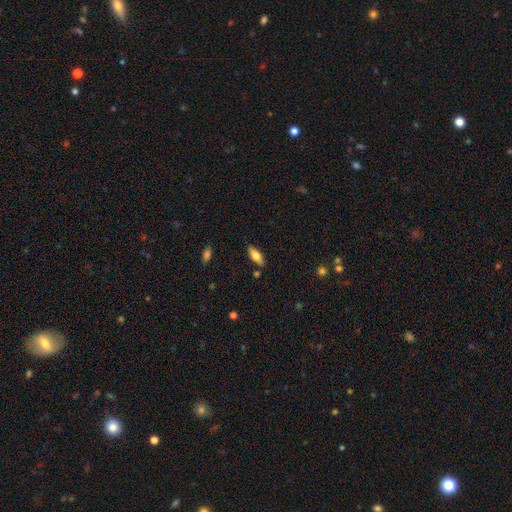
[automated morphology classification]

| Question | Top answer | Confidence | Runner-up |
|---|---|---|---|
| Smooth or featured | smooth | 71% | featured or disk (22%) |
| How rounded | in between | 75% | cigar-shaped (23%) |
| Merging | none | 83% | minor disturbance (12%) |